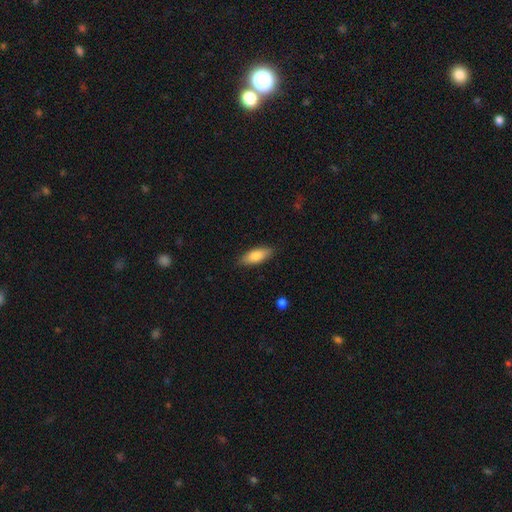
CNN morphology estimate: Overall: smooth (82%). How rounded: in between (71%). Merging: none (86%).